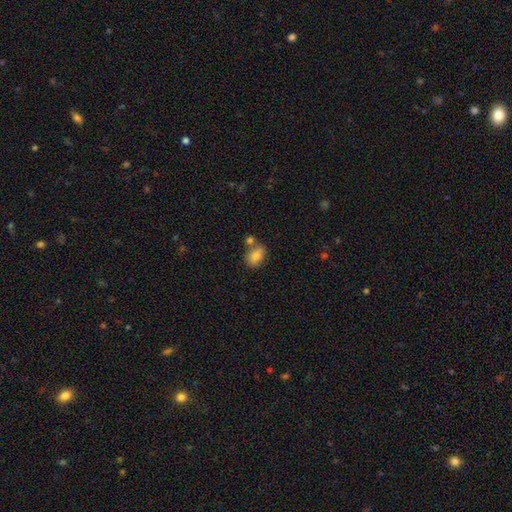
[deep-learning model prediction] Smooth or featured? Predicted: smooth (p=0.83). How rounded? Predicted: in between (p=0.82). Merging? Predicted: none (p=0.62).